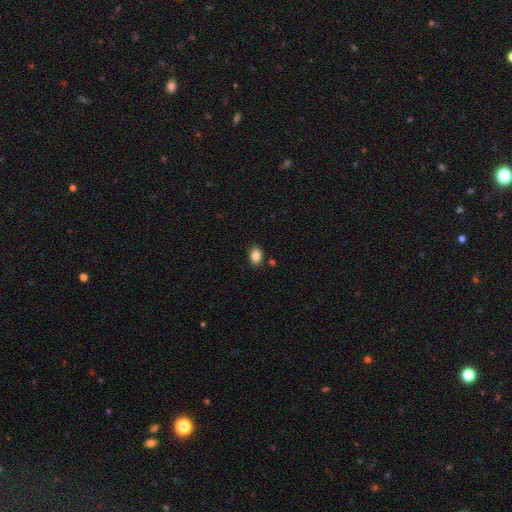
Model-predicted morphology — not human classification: type=smooth (87%); roundness=in between (83%); merging=none (85%).